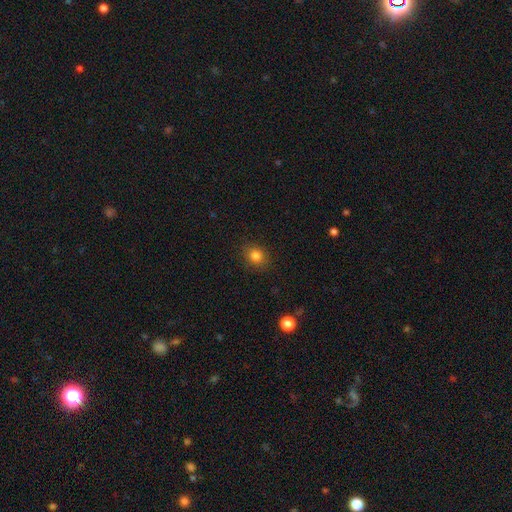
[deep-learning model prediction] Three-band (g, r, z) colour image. It shows a smooth galaxy with no disk features (82%) that is round (61%). Merging: none (86%).